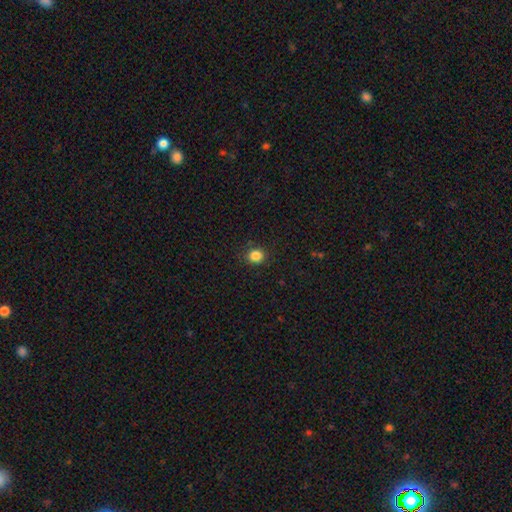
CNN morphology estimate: smooth-or-featured: smooth: 85% | star or artifact: 12% | featured or disk: 4%
  how-rounded: round: 84% | in between: 15% | cigar-shaped: 1%
  merging: none: 88% | minor disturbance: 8% | major disturbance: 2% | merger: 1%